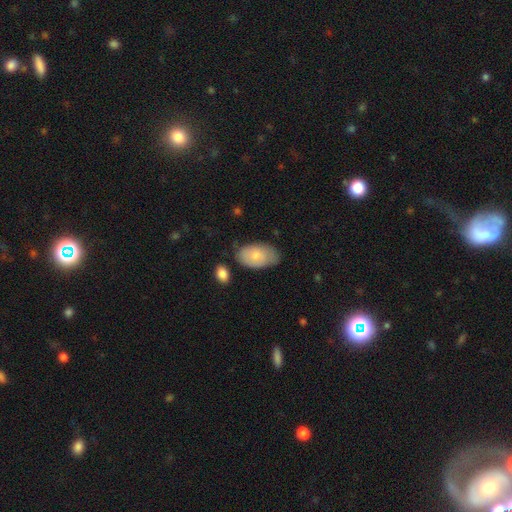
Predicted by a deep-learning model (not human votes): smooth-or-featured: smooth: 77% | featured or disk: 18% | star or artifact: 6%
  how-rounded: in between: 94% | round: 4% | cigar-shaped: 2%
  merging: none: 66% | minor disturbance: 25% | major disturbance: 5% | merger: 4%